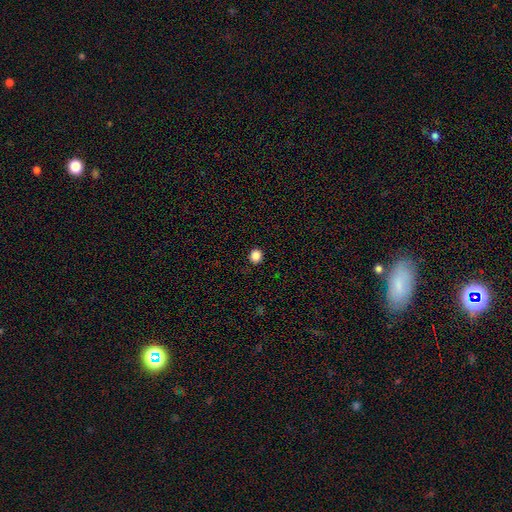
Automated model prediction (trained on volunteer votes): Smooth or featured? Predicted: smooth (p=0.86). How rounded? Predicted: round (p=0.80). Merging? Predicted: none (p=0.91).